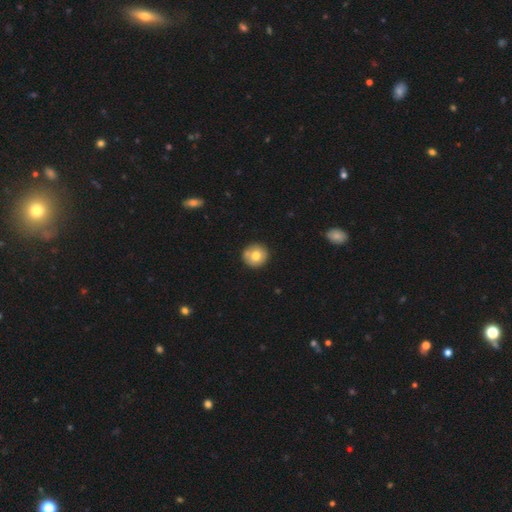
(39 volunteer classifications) Smooth or featured? 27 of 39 (69%) said smooth. How rounded? 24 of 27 (89%) said round. Merging? 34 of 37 (92%) said none.